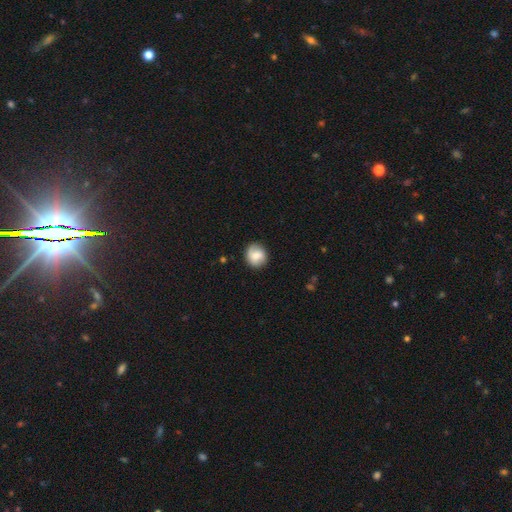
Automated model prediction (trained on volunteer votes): smooth-or-featured: smooth: 68% | featured or disk: 24% | star or artifact: 8%
  how-rounded: round: 83% | in between: 16% | cigar-shaped: 1%
  merging: none: 81% | minor disturbance: 14% | major disturbance: 3% | merger: 1%